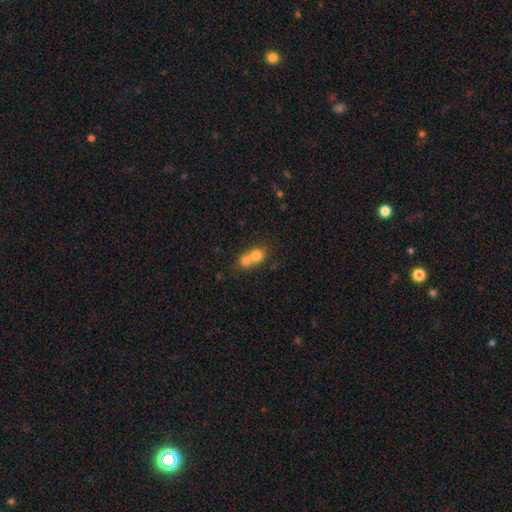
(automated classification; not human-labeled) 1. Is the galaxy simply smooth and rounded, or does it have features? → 74% smooth, 16% featured or disk, 10% star or artifact.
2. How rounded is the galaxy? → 71% round, 28% in between, 1% cigar-shaped.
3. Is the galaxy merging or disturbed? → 71% merger, 23% none, 4% minor disturbance, 2% major disturbance.